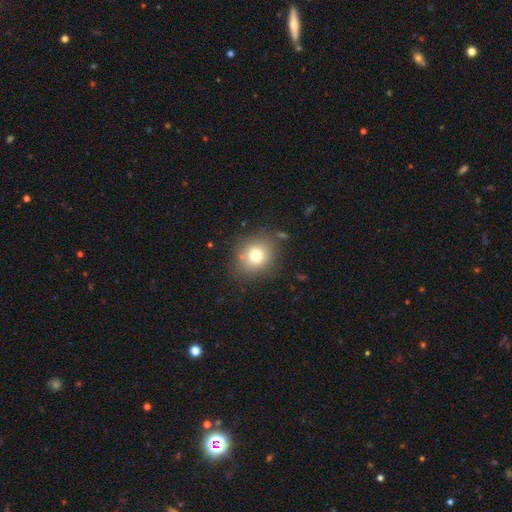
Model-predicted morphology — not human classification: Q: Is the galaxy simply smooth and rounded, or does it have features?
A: smooth — 75%.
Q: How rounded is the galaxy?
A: round — 77%.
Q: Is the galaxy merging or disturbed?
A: none — 81%.